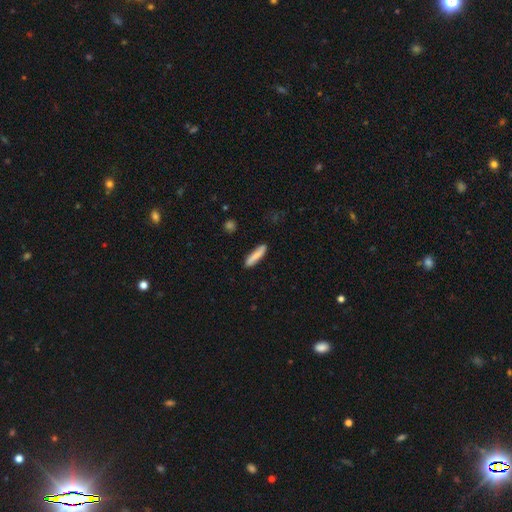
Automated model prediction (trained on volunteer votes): smooth_or_featured: smooth (p=0.82) [alt: featured or disk p=0.12]
how_rounded: cigar-shaped (p=0.87) [alt: in between p=0.12]
merging: none (p=0.88) [alt: minor disturbance p=0.09]